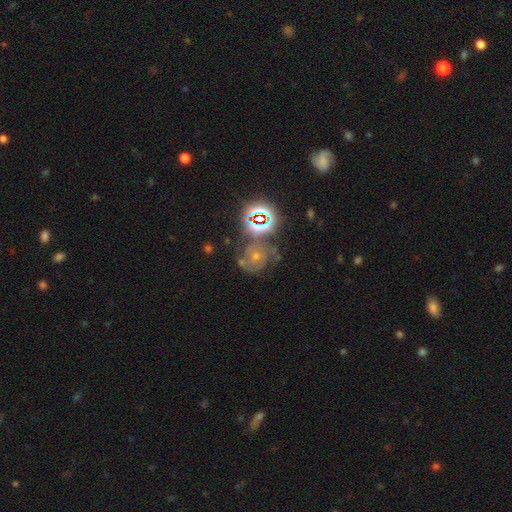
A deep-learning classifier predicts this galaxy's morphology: A featured or disk galaxy (57%) with no bar (75%), spiral arms (88%) and a moderate central bulge (47%).

Vote fractions:
- Smooth or featured? featured or disk: 57% / star or artifact: 27% / smooth: 16%
- Edge-on disk? no: 97% / yes: 3%
- Bar? no: 75% / weak: 19% / strong: 7%
- Spiral arms? yes: 88% / no: 12%
- Bulge size? moderate: 47% / small: 45% / large: 4% / none: 3% / dominant: 2%
- Merging? none: 54% / minor disturbance: 20% / major disturbance: 14% / merger: 12%